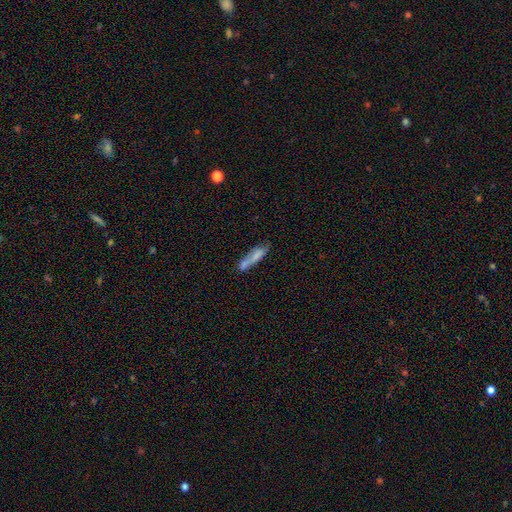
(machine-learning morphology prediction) smooth 70%, featured or disk 22%, star or artifact 8%. Down the decision tree: how rounded — cigar-shaped (68%); merging — none (44%).